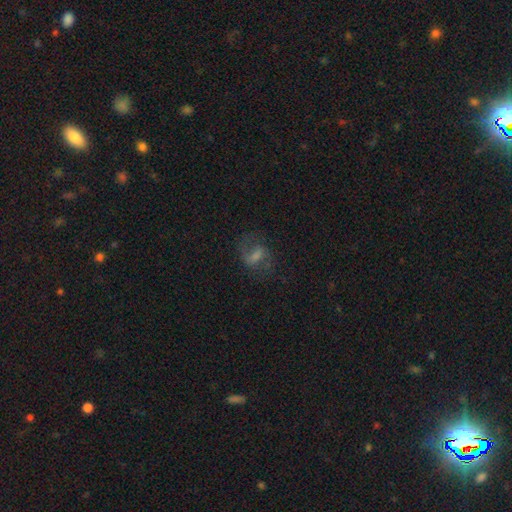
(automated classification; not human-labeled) A featured or disk galaxy (49%).

Vote fractions:
- Smooth or featured? featured or disk: 49% / smooth: 33% / star or artifact: 18%
- Merging? none: 65% / minor disturbance: 17% / major disturbance: 15% / merger: 2%